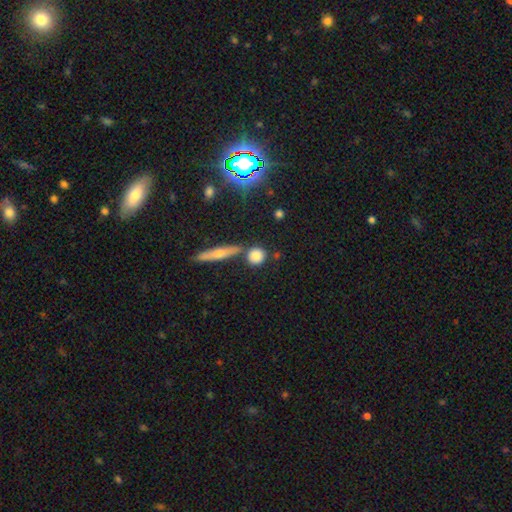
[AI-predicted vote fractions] Overall: smooth (81%). How rounded: round (84%). Merging: none (73%).